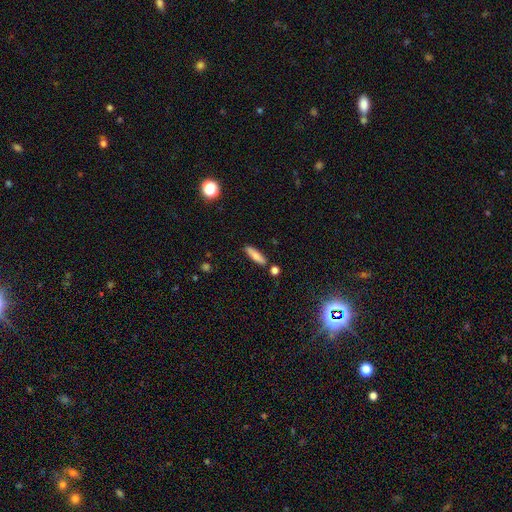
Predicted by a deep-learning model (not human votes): smooth-or-featured: smooth: 77% | featured or disk: 15% | star or artifact: 8%
  how-rounded: cigar-shaped: 68% | in between: 30% | round: 3%
  merging: none: 82% | minor disturbance: 11% | merger: 5% | major disturbance: 2%